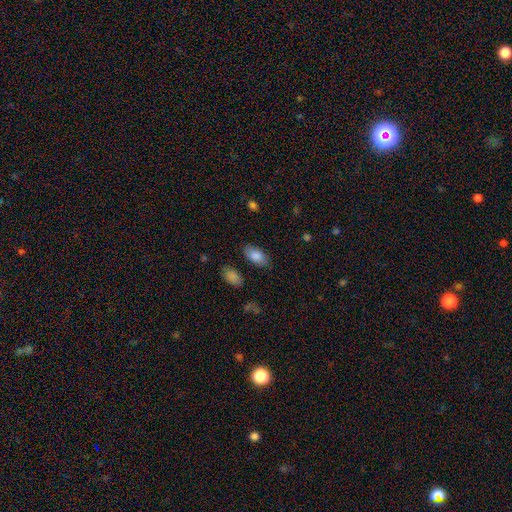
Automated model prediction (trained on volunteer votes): This is clearly a smooth galaxy (83%). How rounded: clearly in between (93%). Merging: clearly none (81%).